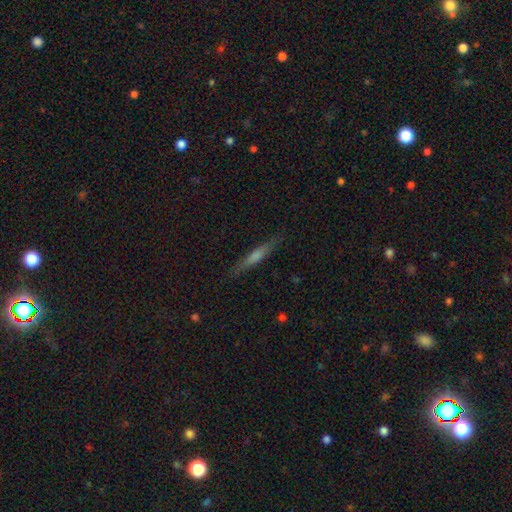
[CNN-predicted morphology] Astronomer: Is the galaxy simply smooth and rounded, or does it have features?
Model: featured or disk — 51% (runner-up: smooth, 41%).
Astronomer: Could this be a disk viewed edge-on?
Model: yes — 95%.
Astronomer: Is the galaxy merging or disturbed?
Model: none — 88%.